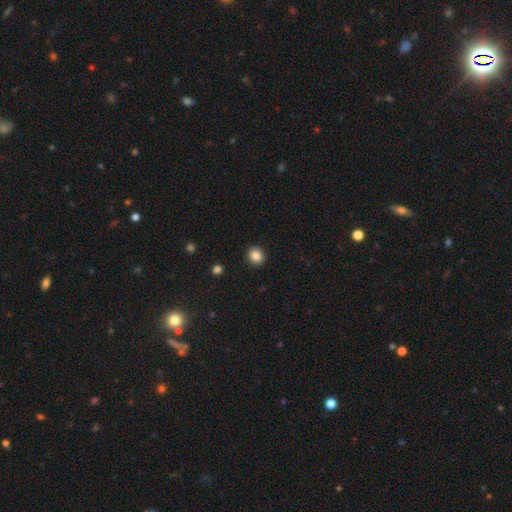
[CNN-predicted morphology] This appears to be a smooth galaxy with no disk features (86%) that is round (77%). Merging: none (92%).